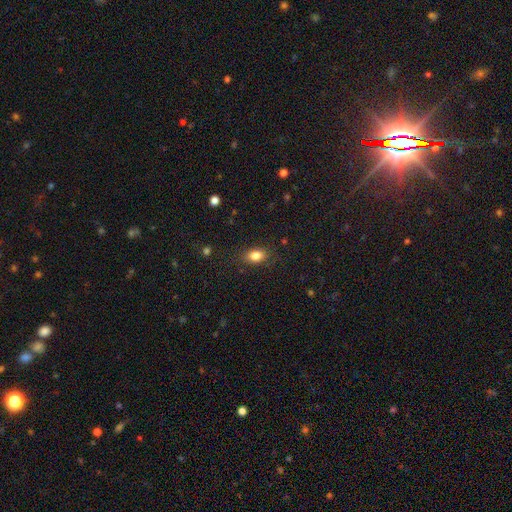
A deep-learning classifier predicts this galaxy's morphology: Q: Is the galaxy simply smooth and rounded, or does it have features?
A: smooth — 84%.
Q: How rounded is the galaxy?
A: in between — 84%.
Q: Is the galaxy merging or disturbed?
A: none — 84%.